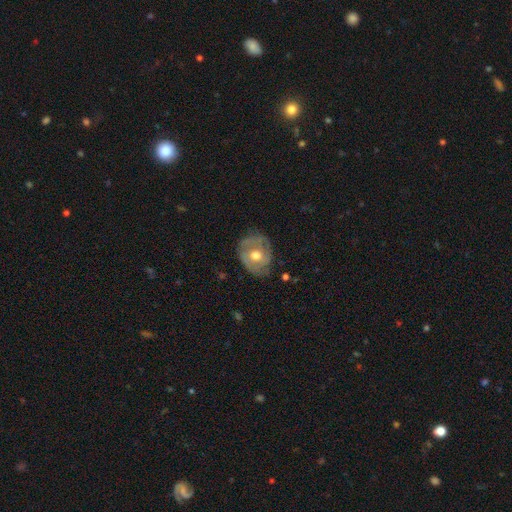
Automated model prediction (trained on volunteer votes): Overall: featured or disk (64%; smooth 30%). Edge-on disk: no (96%). Bar: no (71%). Spiral arms: yes (68%; no 32%). Bulge size: moderate (78%). Merging: none (65%).